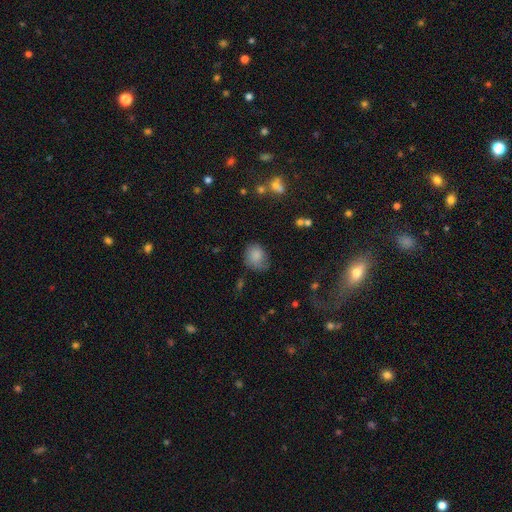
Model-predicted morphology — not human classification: The model was most divided on "how rounded": round: 56%, in between: 43%, cigar-shaped: 1%. More confident: smooth or featured — smooth (79%); merging — none (56%).